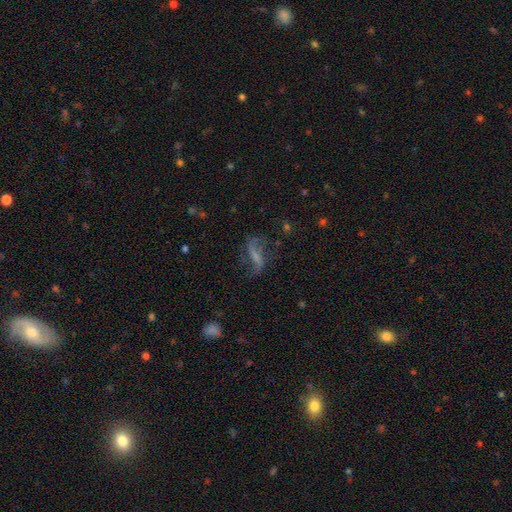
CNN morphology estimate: This is likely a featured or disk galaxy (66%). It is clearly not viewed edge-on (92%). Bar: marginally strong (40%). Spiral arm pattern: clearly yes (83%). Spiral arm count: clearly 2 (85%). Spiral winding: likely loose (80%). Central bulge: possibly none (52%). Merging: possibly none (55%).